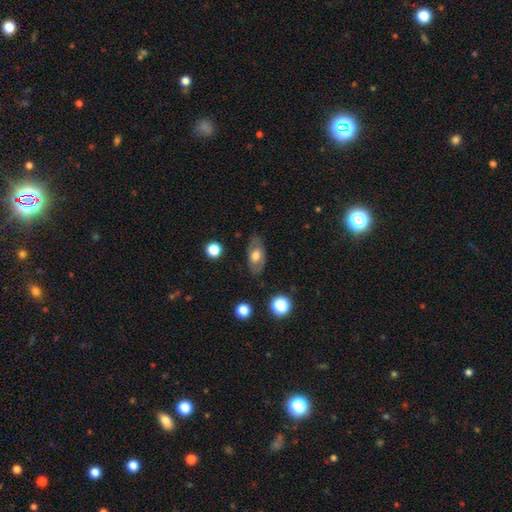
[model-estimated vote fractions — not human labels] Q: Smooth or featured?
A: smooth (53%); runner-up: featured or disk (39%)
Q: How rounded?
A: in between (87%); runner-up: round (10%)
Q: Merging?
A: none (79%); runner-up: minor disturbance (15%)